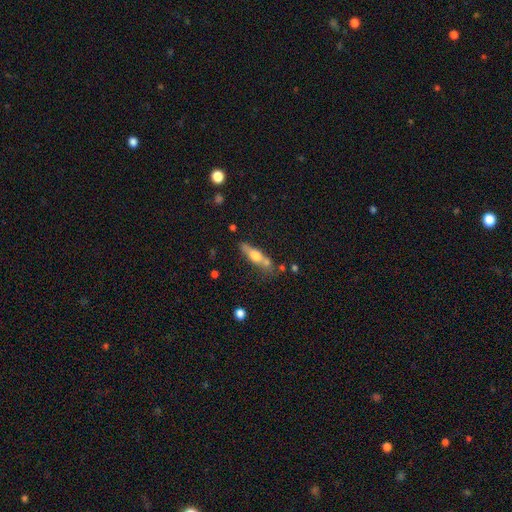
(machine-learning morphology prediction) A smooth galaxy with no disk features (52%) that is cigar-shaped (62%).

Vote fractions:
- Smooth or featured? smooth: 52% / featured or disk: 41% / star or artifact: 7%
- How rounded? cigar-shaped: 62% / in between: 34% / round: 4%
- Merging? none: 57% / minor disturbance: 20% / merger: 17% / major disturbance: 6%